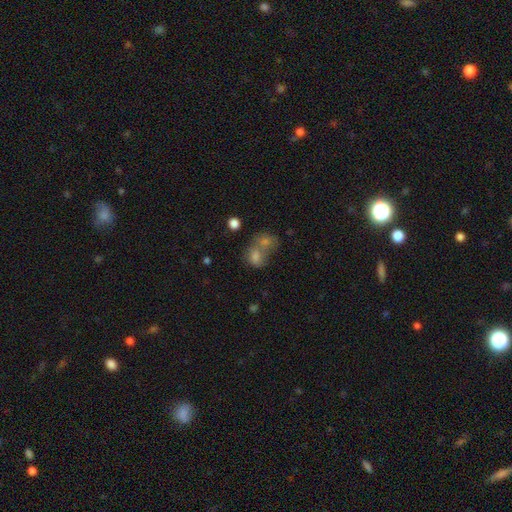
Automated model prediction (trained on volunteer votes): This is likely a smooth galaxy (67%). How rounded: possibly in between (50%). Merging: likely merger (61%).